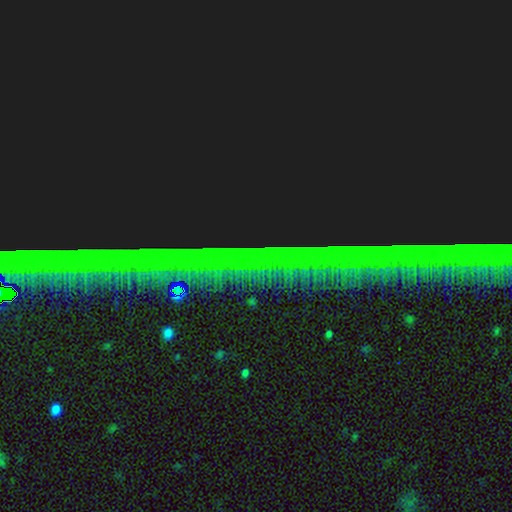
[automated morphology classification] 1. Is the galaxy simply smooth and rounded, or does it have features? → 87% star or artifact, 7% featured or disk, 6% smooth.